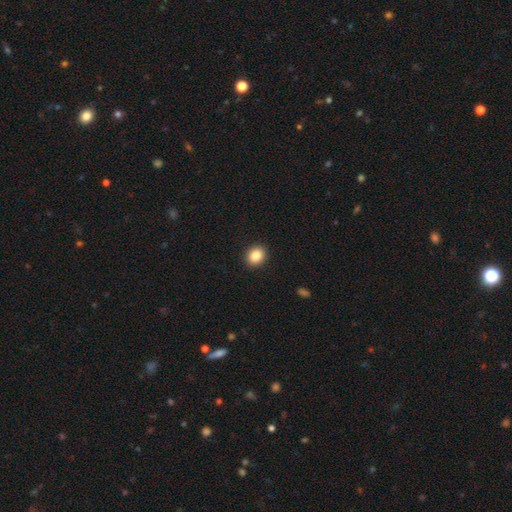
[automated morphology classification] This is clearly a smooth galaxy (85%). How rounded: likely round (62%). Merging: clearly none (92%).